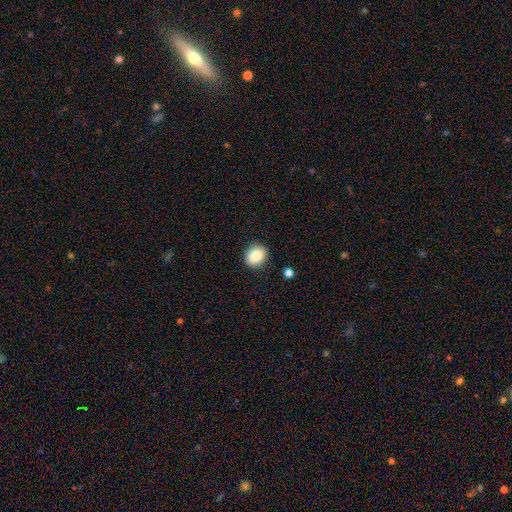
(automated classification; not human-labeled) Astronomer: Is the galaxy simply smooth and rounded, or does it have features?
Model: smooth — 88%.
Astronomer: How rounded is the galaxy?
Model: round — 68%.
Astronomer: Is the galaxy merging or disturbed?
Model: none — 88%.